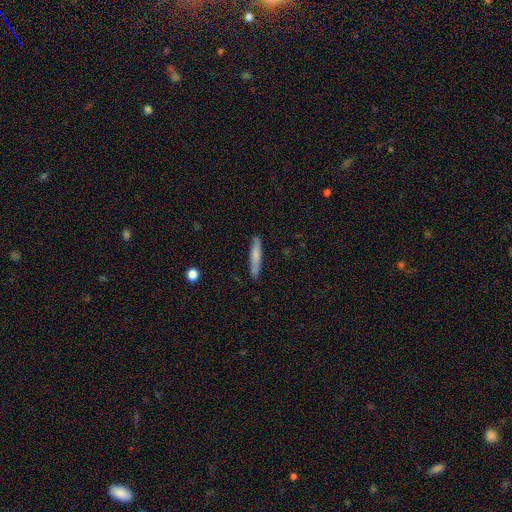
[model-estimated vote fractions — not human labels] Smooth or featured? smooth (72%)
How rounded? cigar-shaped (91%)
Merging? none (85%)